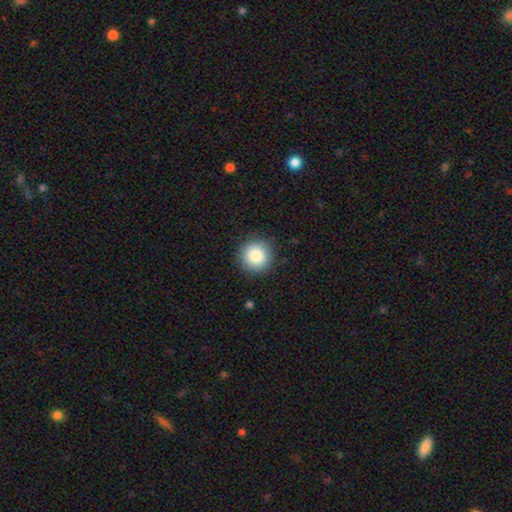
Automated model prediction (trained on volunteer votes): This is clearly a smooth galaxy (86%). How rounded: clearly round (94%). Merging: clearly none (90%).